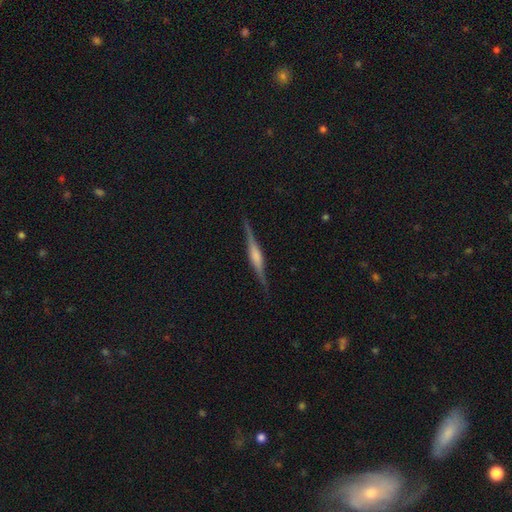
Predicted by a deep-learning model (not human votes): featured or disk 77%, smooth 18%, star or artifact 6%. Down the decision tree: edge-on disk — yes (98%); edge-on bulge — rounded (56%); merging — none (88%).